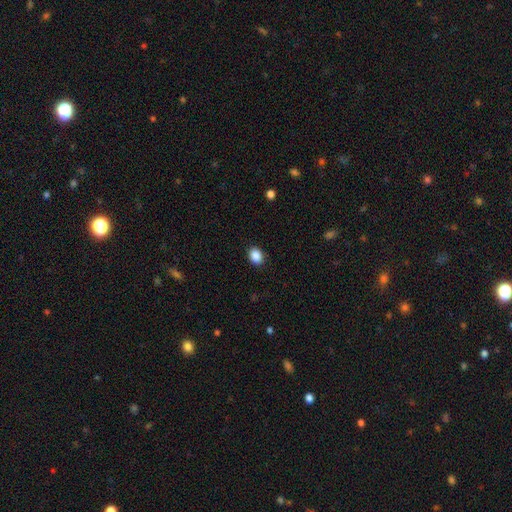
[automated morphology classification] A smooth galaxy with no disk features (89%) that is in between round and cigar-shaped (59%). Merging: none (90%).